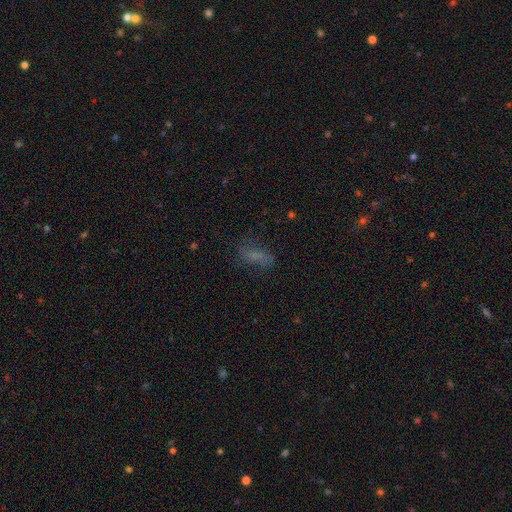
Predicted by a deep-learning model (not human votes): This is possibly a smooth galaxy (56%). How rounded: likely in between (78%). Merging: possibly none (59%).